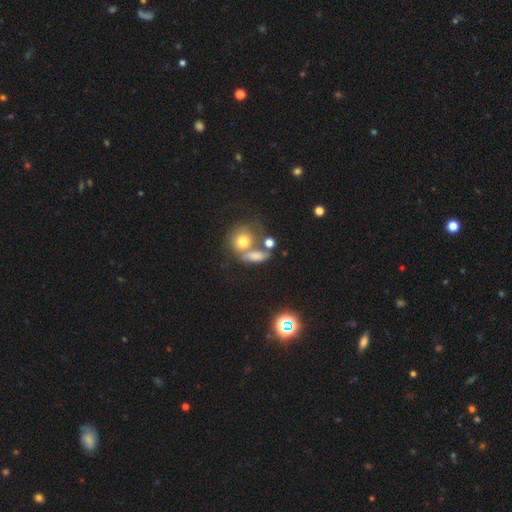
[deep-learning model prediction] A smooth galaxy with no disk features (67%) that is in between round and cigar-shaped (58%).

Vote fractions:
- Smooth or featured? smooth: 67% / featured or disk: 17% / star or artifact: 16%
- How rounded? in between: 58% / round: 26% / cigar-shaped: 17%
- Merging? merger: 42% / none: 36% / minor disturbance: 13% / major disturbance: 9%